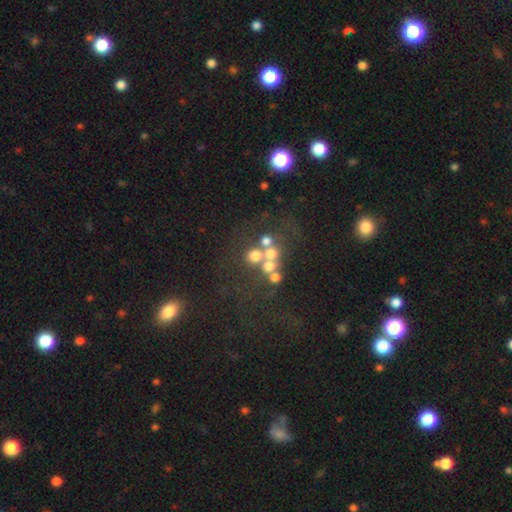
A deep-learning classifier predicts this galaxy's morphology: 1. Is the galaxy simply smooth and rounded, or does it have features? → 49% smooth, 27% featured or disk, 24% star or artifact.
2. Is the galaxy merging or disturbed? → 44% merger, 40% none, 8% major disturbance, 8% minor disturbance.